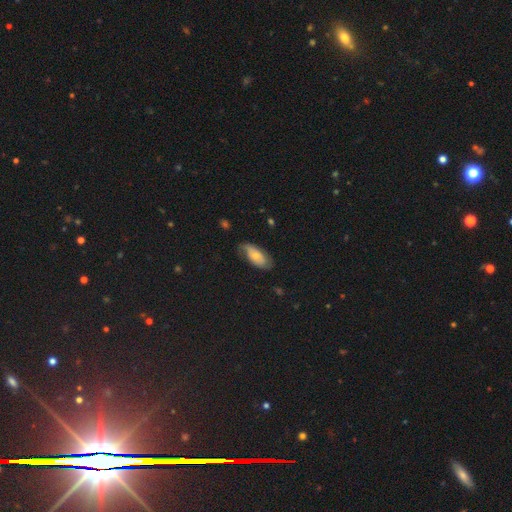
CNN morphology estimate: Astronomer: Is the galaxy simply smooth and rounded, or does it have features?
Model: smooth — 59% (runner-up: featured or disk, 34%).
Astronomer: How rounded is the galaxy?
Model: in between — 89%.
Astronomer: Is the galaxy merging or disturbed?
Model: none — 58%.